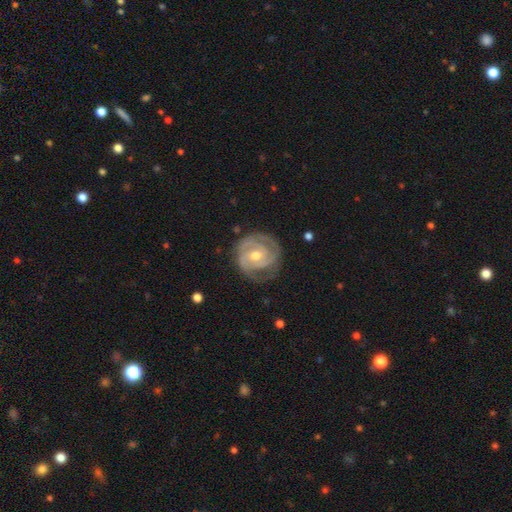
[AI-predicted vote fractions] smooth-or-featured: featured or disk: 87% | smooth: 9% | star or artifact: 5%
  disk-edge-on: no: 98% | yes: 2%
    bar: no: 51% | weak: 37% | strong: 12%
    has-spiral-arms: yes: 96% | no: 4%
      spiral-winding: tight: 70% | medium: 25% | loose: 5%
      spiral-arm-count: 2: 44% | 3: 26% | can't tell: 16% | 1: 5% | 4: 5% | more than 4: 4%
    bulge-size: moderate: 65% | small: 31% | large: 2% | none: 1% | dominant: 1%
  merging: none: 73% | minor disturbance: 19% | major disturbance: 7% | merger: 1%